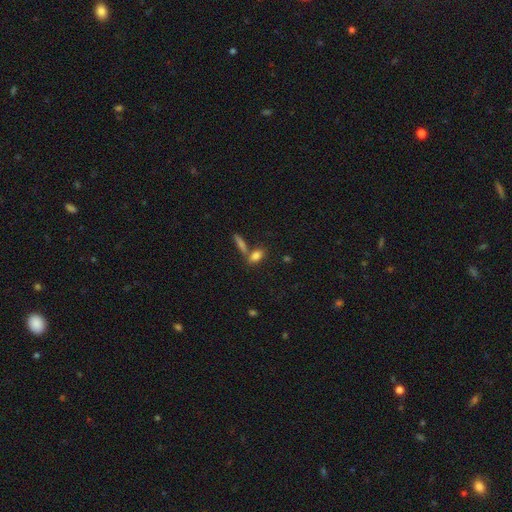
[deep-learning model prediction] A smooth galaxy with no disk features (79%) that is in between round and cigar-shaped (80%).

Vote fractions:
- Smooth or featured? smooth: 79% / featured or disk: 11% / star or artifact: 10%
- How rounded? in between: 80% / cigar-shaped: 14% / round: 6%
- Merging? none: 54% / merger: 32% / minor disturbance: 10% / major disturbance: 4%